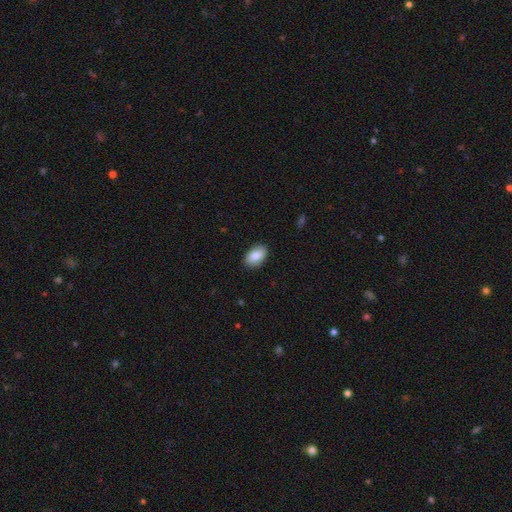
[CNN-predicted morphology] smooth-or-featured: smooth: 86% | featured or disk: 8% | star or artifact: 6%
  how-rounded: in between: 93% | round: 6% | cigar-shaped: 1%
  merging: none: 89% | minor disturbance: 8% | major disturbance: 2% | merger: 1%